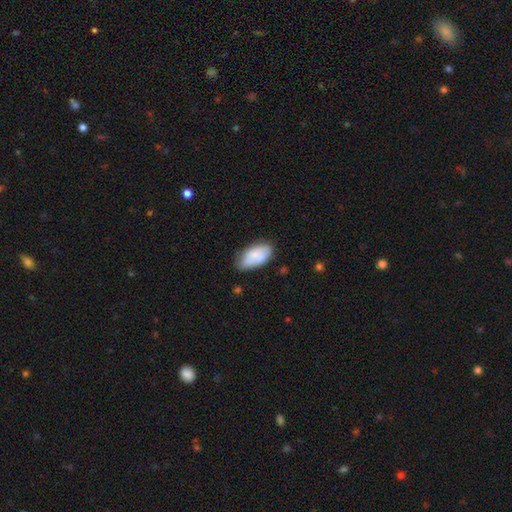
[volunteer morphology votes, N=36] A smooth galaxy with no disk features (89%) that is in between round and cigar-shaped (97%). Merging: none (69%).